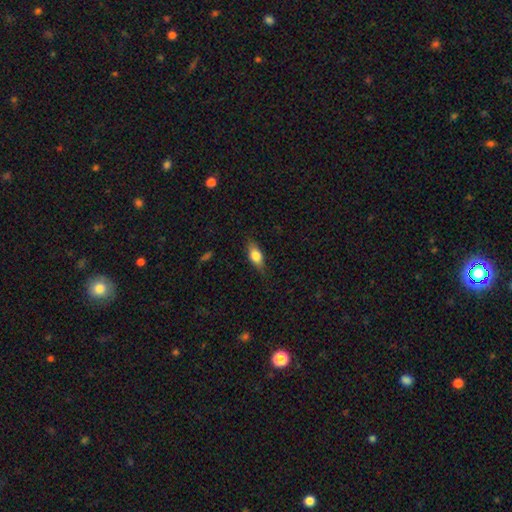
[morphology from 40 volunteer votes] This appears to be a smooth galaxy with no disk features (62%) that is in between round and cigar-shaped (72%). Merging: none (78%).